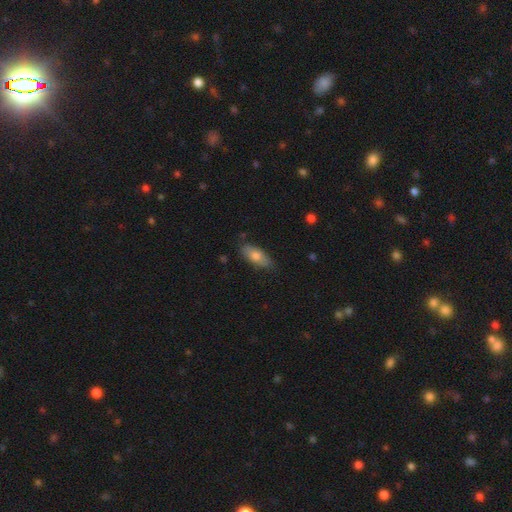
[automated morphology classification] This appears to be a smooth galaxy with no disk features (73%) that is in between round and cigar-shaped (80%). Merging: none (79%).